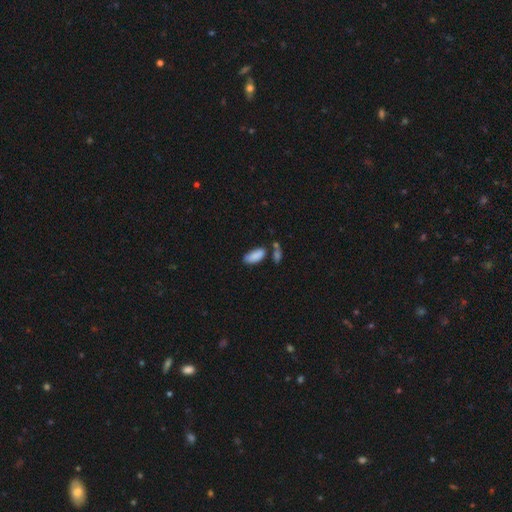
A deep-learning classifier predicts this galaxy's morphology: Smooth or featured? smooth (86%)
How rounded? in between (85%)
Merging? none (54%)